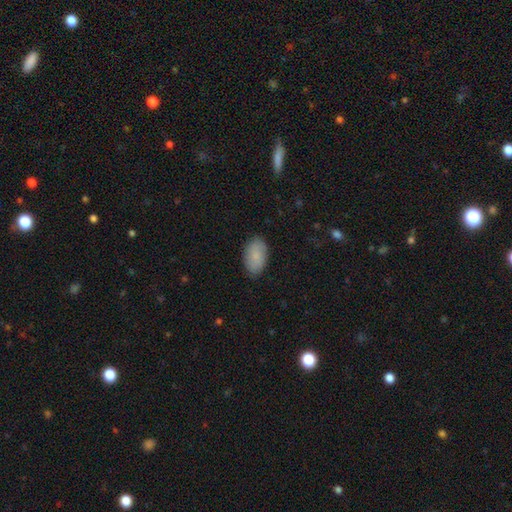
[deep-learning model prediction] smooth-or-featured: smooth: 86% | featured or disk: 8% | star or artifact: 6%
  how-rounded: in between: 94% | round: 4% | cigar-shaped: 2%
  merging: none: 85% | minor disturbance: 11% | major disturbance: 2% | merger: 1%